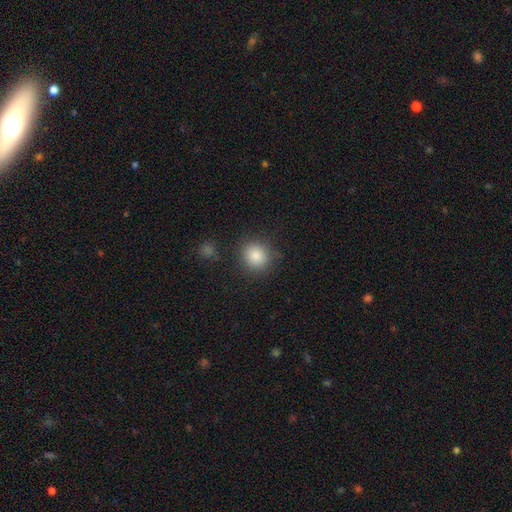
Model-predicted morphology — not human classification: A smooth galaxy with no disk features (86%) that is round (85%). Merging: none (83%).